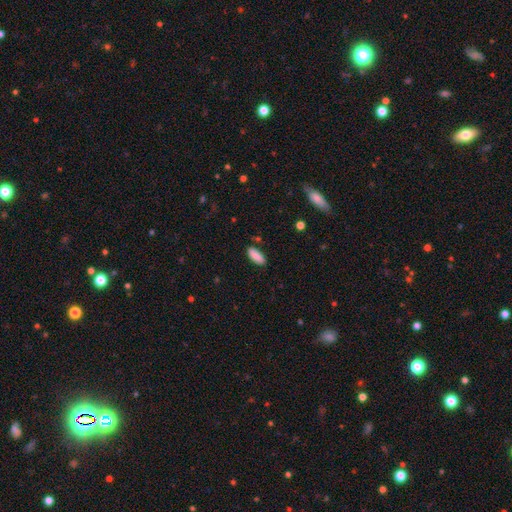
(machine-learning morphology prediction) smooth 88%, star or artifact 7%, featured or disk 5%. Down the decision tree: how rounded — in between (76%); merging — none (85%).